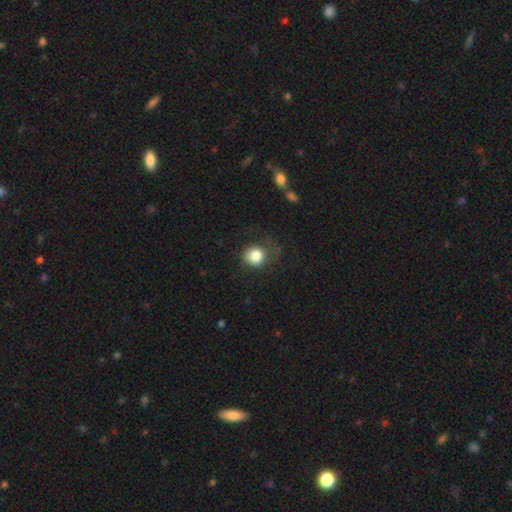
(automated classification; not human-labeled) smooth 83%, star or artifact 10%, featured or disk 8%. Down the decision tree: how rounded — round (82%); merging — none (61%).